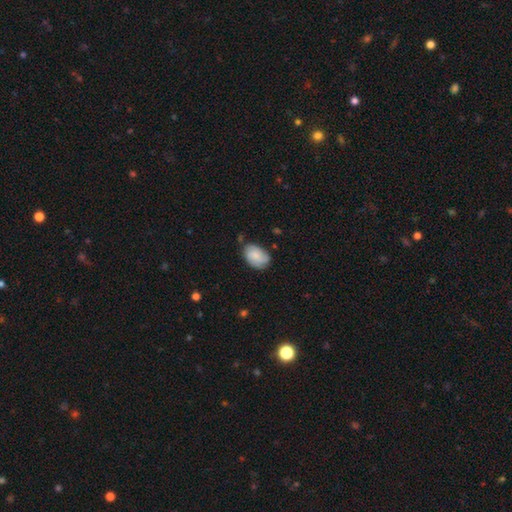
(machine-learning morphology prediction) smooth 76%, featured or disk 17%, star or artifact 7%. Down the decision tree: how rounded — in between (87%); merging — none (65%).